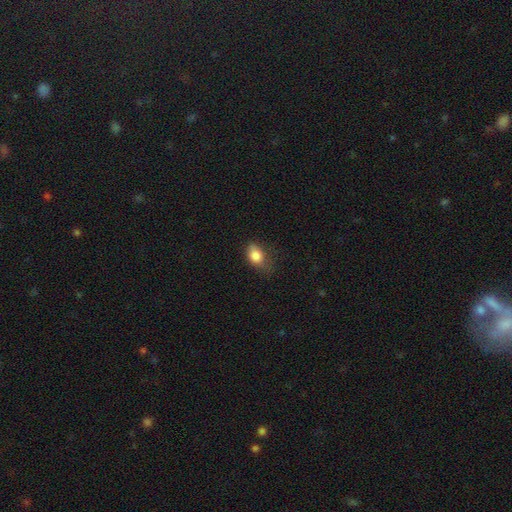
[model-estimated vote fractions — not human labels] The model was most divided on "merging": none: 49%, minor disturbance: 35%, major disturbance: 13%, merger: 2%. More confident: smooth or featured — smooth (83%); how rounded — in between (77%).